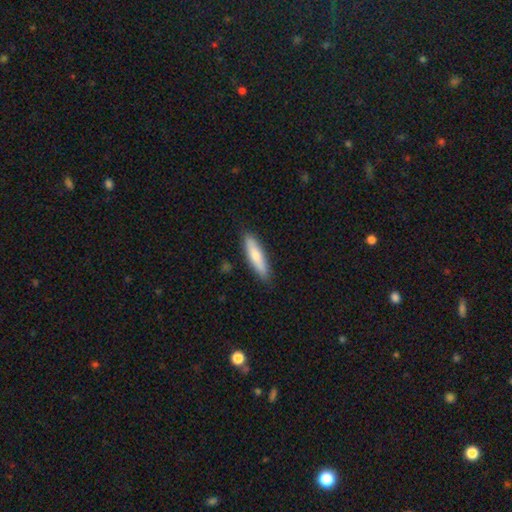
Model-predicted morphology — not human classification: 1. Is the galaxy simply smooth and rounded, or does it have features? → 72% smooth, 23% featured or disk, 5% star or artifact.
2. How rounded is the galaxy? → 79% cigar-shaped, 19% in between, 2% round.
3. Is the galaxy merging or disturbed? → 88% none, 9% minor disturbance, 2% major disturbance, 1% merger.